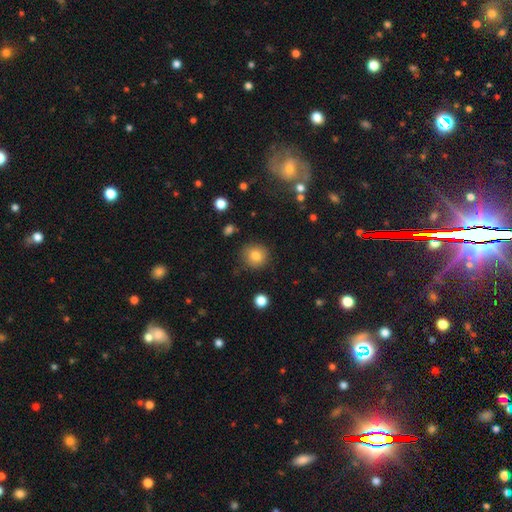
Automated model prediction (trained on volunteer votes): Smooth or featured? Predicted: smooth (p=0.81). How rounded? Predicted: round (p=0.91). Merging? Predicted: none (p=0.86).